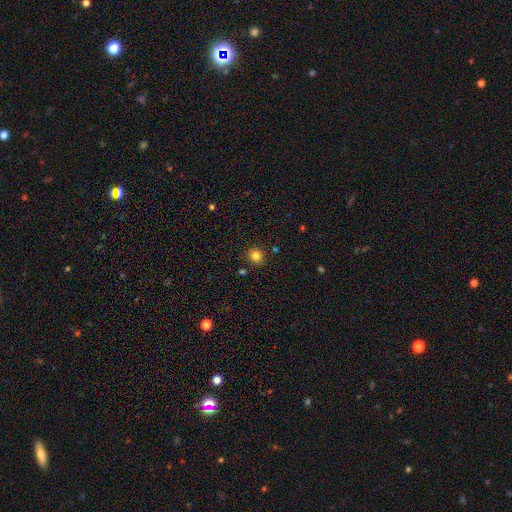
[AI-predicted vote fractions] Smooth or featured? smooth (82%)
How rounded? round (87%)
Merging? none (87%)